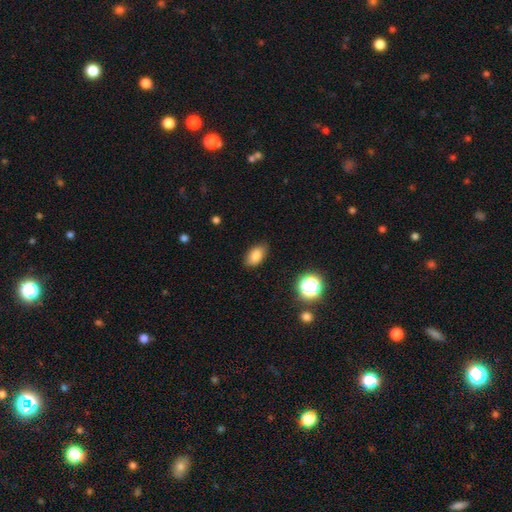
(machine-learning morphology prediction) Smooth or featured?
  - smooth: 83% *
  - star or artifact: 10%
  - featured or disk: 6%
How rounded?
  - in between: 90% *
  - round: 8%
  - cigar-shaped: 2%
Merging?
  - none: 83% *
  - minor disturbance: 13%
  - major disturbance: 3%
  - merger: 1%